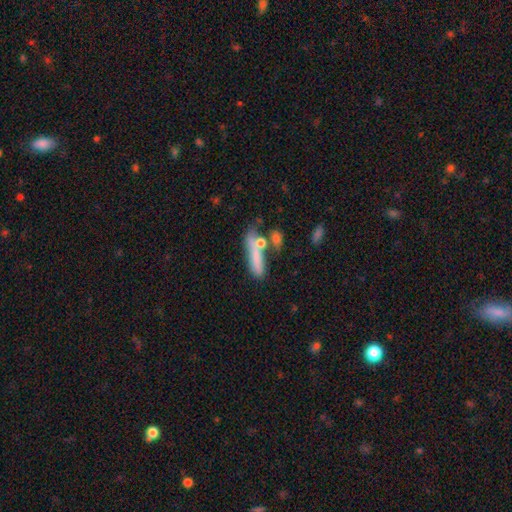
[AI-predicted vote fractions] smooth-or-featured: smooth: 66% | featured or disk: 25% | star or artifact: 10%
  how-rounded: cigar-shaped: 61% | in between: 34% | round: 5%
  merging: none: 39% | merger: 31% | minor disturbance: 18% | major disturbance: 13%